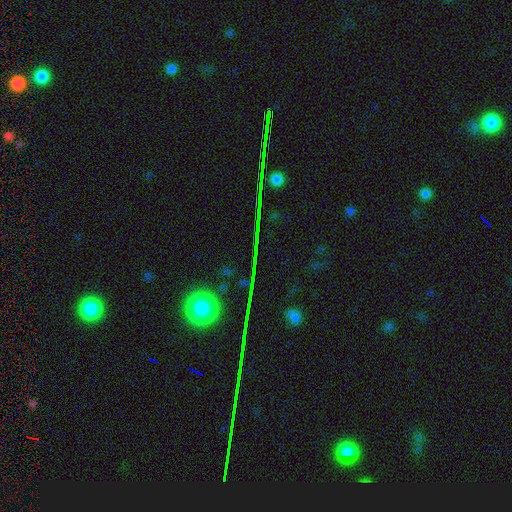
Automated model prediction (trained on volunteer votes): Morphology: type=star or artifact (79%).